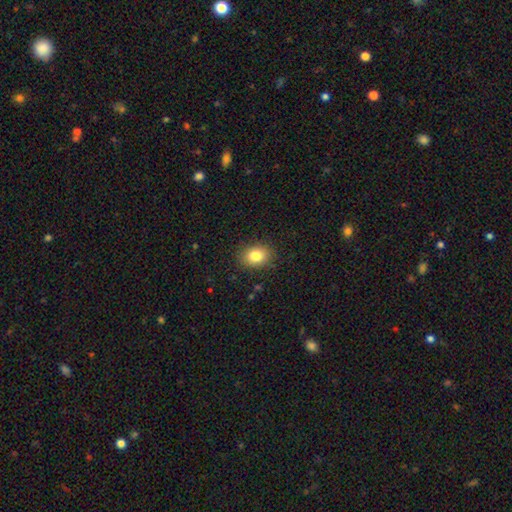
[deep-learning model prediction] smooth-or-featured: smooth: 83% | star or artifact: 10% | featured or disk: 8%
  how-rounded: in between: 63% | round: 36% | cigar-shaped: 1%
  merging: none: 87% | minor disturbance: 9% | major disturbance: 3% | merger: 1%